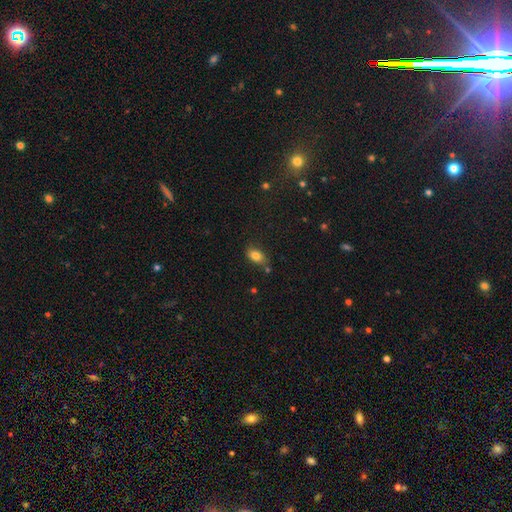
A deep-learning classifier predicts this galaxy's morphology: smooth-or-featured: smooth: 83% | star or artifact: 9% | featured or disk: 8%
  how-rounded: in between: 87% | round: 10% | cigar-shaped: 3%
  merging: none: 73% | minor disturbance: 16% | merger: 7% | major disturbance: 4%